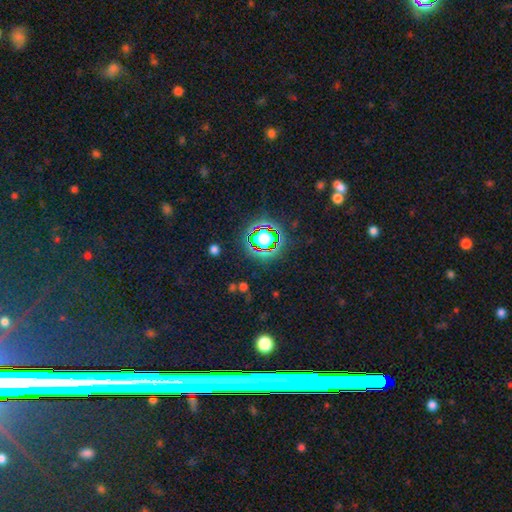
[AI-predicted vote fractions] Smooth or featured: star or artifact — 79% (smooth — 12%)